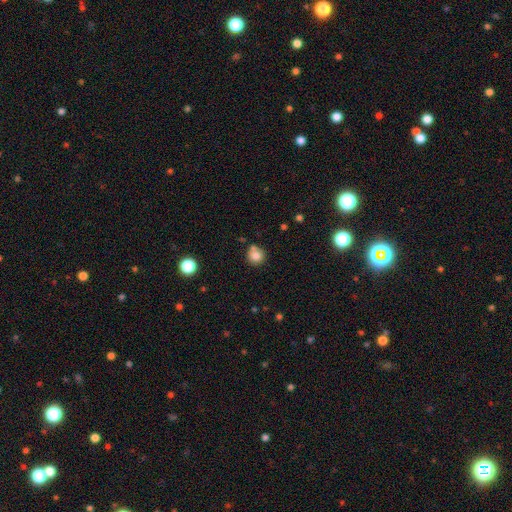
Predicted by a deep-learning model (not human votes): A smooth galaxy with no disk features (79%) that is round (90%).

Vote fractions:
- Smooth or featured? smooth: 79% / star or artifact: 11% / featured or disk: 9%
- How rounded? round: 90% / in between: 9% / cigar-shaped: 1%
- Merging? none: 64% / merger: 18% / minor disturbance: 14% / major disturbance: 4%